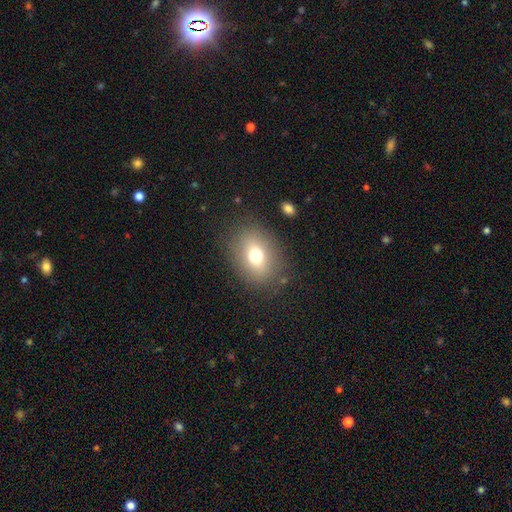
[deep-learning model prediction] Morphology: type=smooth (70%); roundness=in between (60%); merging=none (82%).